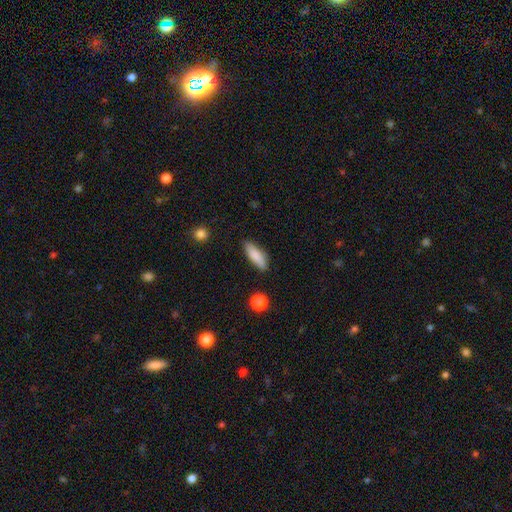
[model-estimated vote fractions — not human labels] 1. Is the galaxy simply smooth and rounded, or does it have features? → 82% smooth, 12% featured or disk, 7% star or artifact.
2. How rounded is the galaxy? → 50% in between, 48% cigar-shaped, 2% round.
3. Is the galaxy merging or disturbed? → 82% none, 13% minor disturbance, 3% major disturbance, 2% merger.